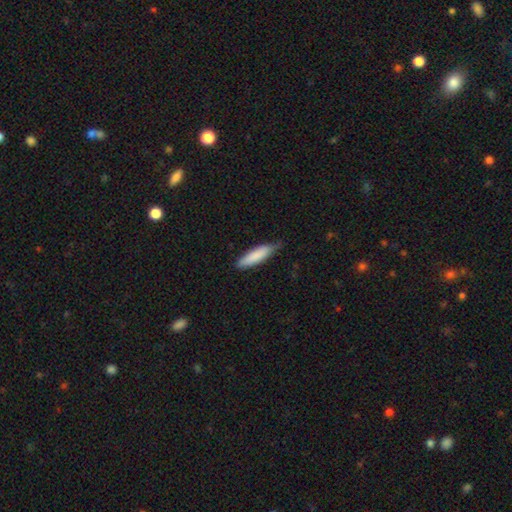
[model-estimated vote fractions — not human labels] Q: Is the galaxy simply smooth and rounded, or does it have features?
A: smooth — 84%.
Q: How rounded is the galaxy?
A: cigar-shaped — 69%.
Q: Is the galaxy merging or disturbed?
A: none — 71%.